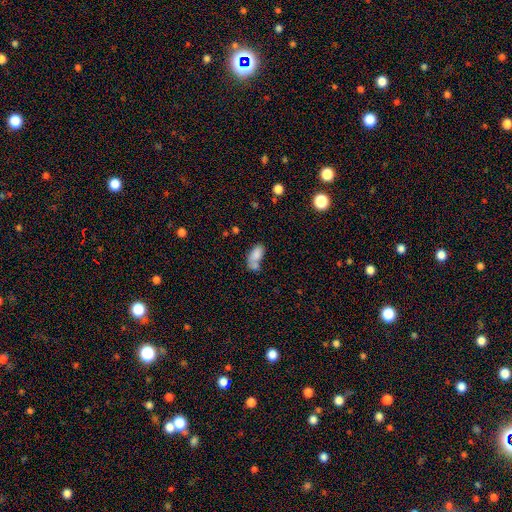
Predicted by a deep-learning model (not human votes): A smooth galaxy with no disk features (80%) that is in between round and cigar-shaped (91%).

Vote fractions:
- Smooth or featured? smooth: 80% / featured or disk: 11% / star or artifact: 9%
- How rounded? in between: 91% / cigar-shaped: 5% / round: 4%
- Merging? merger: 42% / none: 33% / minor disturbance: 16% / major disturbance: 9%